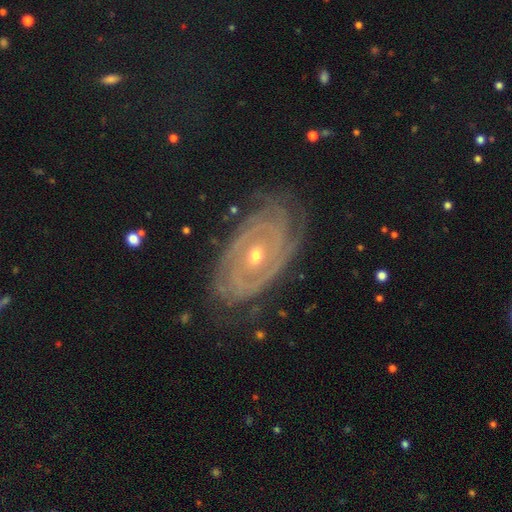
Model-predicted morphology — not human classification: A featured or disk galaxy (90%) with no bar (63%), 2 (29%) tight (81%) spiral arms (96%) and a small central bulge (54%). Merging: none (76%).